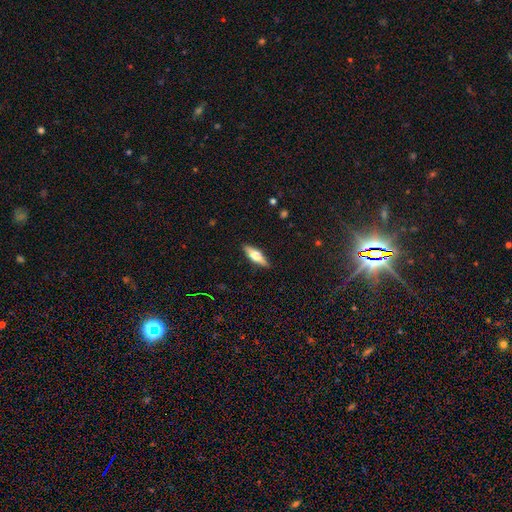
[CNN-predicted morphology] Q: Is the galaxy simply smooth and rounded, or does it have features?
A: smooth — 50%.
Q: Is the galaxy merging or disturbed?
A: none — 89%.